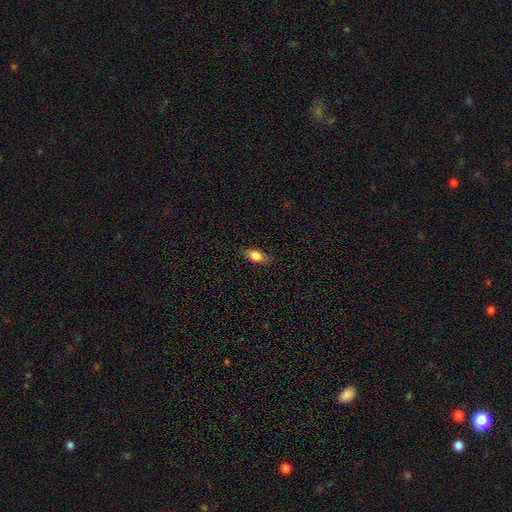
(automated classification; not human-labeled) A smooth galaxy with no disk features (81%) that is in between round and cigar-shaped (83%). Merging: none (82%).